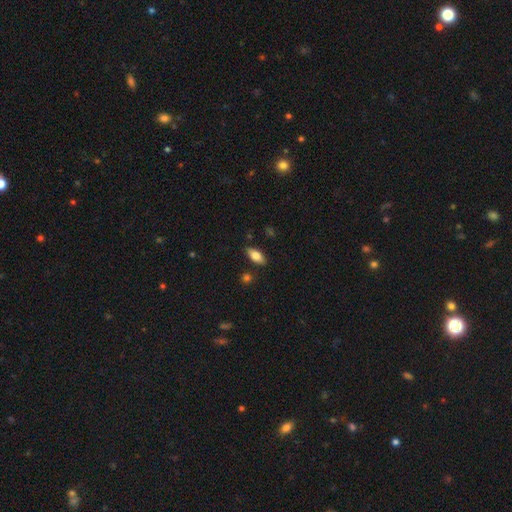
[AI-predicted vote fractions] smooth_or_featured: smooth (p=0.76) [alt: featured or disk p=0.17]
how_rounded: in between (p=0.85) [alt: cigar-shaped p=0.11]
merging: none (p=0.85) [alt: minor disturbance p=0.10]